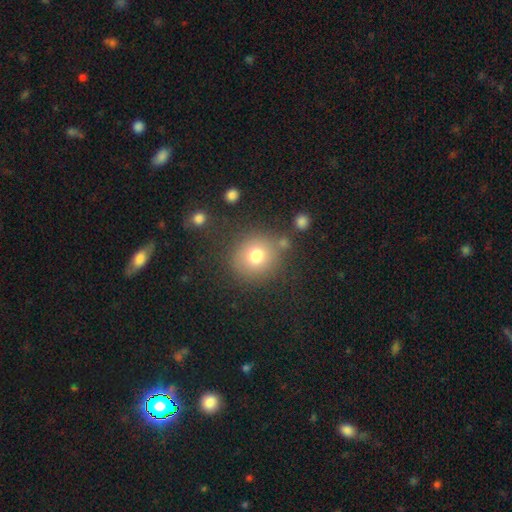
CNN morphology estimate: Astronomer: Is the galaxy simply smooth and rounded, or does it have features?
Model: smooth — 76%.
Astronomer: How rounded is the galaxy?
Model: round — 88%.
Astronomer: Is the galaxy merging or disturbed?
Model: none — 79%.